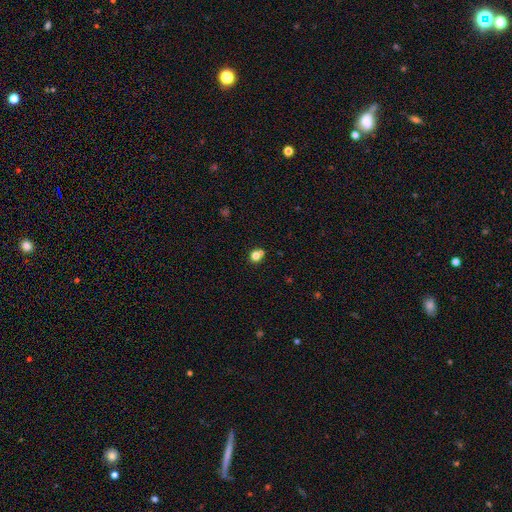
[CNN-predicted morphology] type=smooth (76%); roundness=round (86%); merging=none (62%).